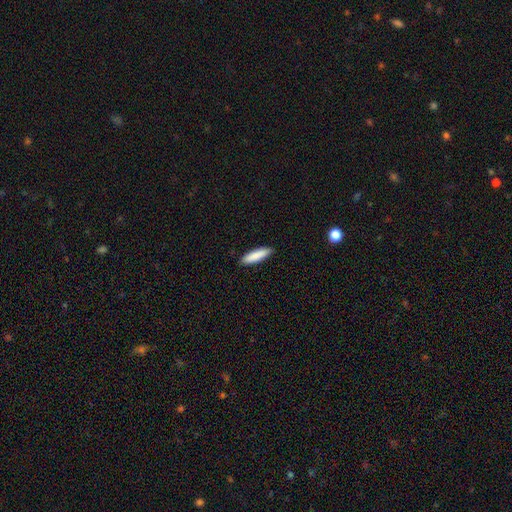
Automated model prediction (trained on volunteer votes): smooth 87%, featured or disk 7%, star or artifact 5%. Down the decision tree: how rounded — cigar-shaped (70%); merging — none (90%).